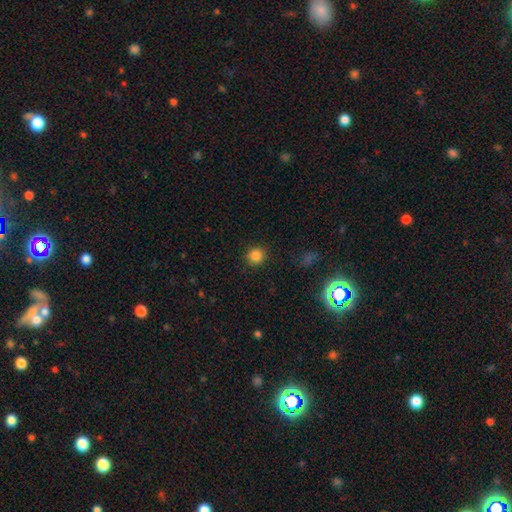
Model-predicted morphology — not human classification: smooth 84%, star or artifact 12%, featured or disk 4%. Down the decision tree: how rounded — round (90%); merging — none (90%).